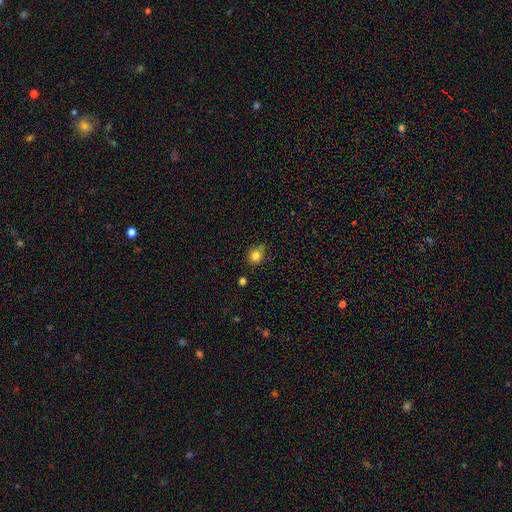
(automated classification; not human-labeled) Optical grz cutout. It shows a smooth galaxy with no disk features (83%) that is round (70%). Merging: none (65%).